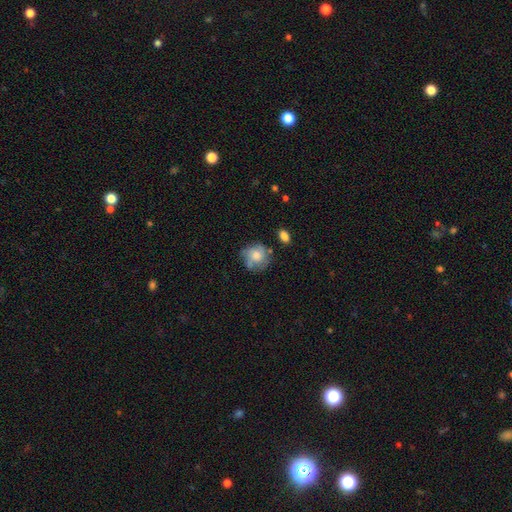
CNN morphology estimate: smooth_or_featured: smooth (p=0.54) [alt: featured or disk p=0.37]
how_rounded: round (p=0.80) [alt: in between p=0.19]
merging: none (p=0.60) [alt: minor disturbance p=0.24]